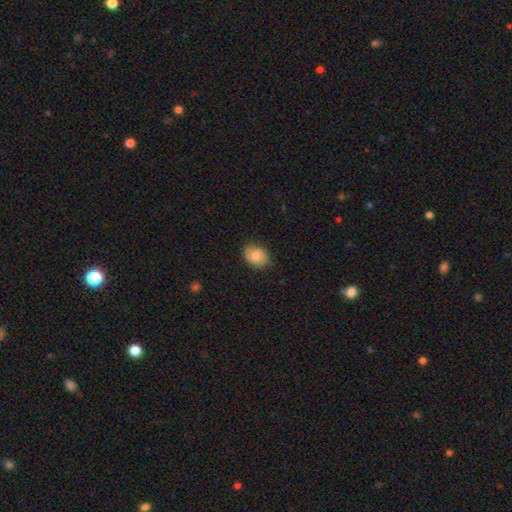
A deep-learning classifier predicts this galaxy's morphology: This appears to be a smooth galaxy with no disk features (79%) that is in between round and cigar-shaped (67%). Merging: none (79%).